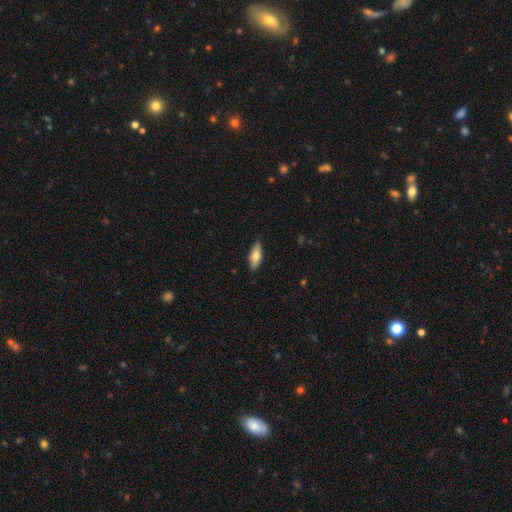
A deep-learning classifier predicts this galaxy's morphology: Smooth or featured?
  - smooth: 73% *
  - featured or disk: 21%
  - star or artifact: 6%
How rounded?
  - in between: 70% *
  - cigar-shaped: 28%
  - round: 2%
Merging?
  - none: 87% *
  - minor disturbance: 10%
  - major disturbance: 2%
  - merger: 1%